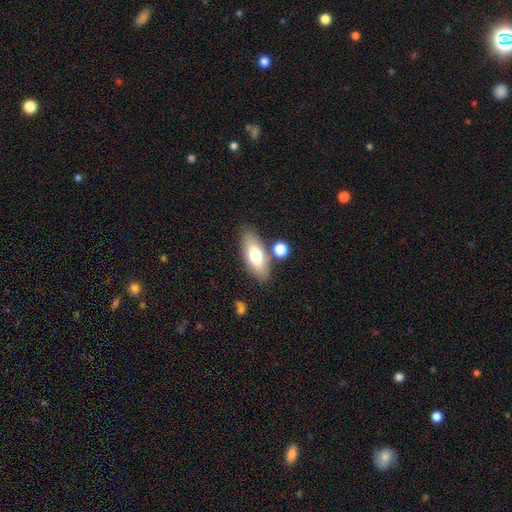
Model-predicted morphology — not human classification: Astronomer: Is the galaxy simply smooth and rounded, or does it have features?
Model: smooth — 70%.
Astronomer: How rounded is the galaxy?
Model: in between — 77%.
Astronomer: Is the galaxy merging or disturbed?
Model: none — 77%.